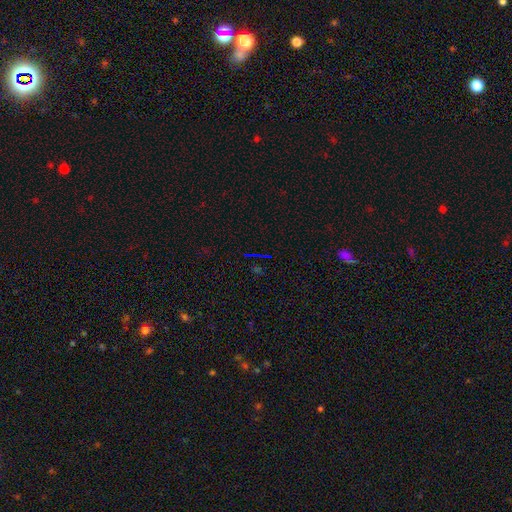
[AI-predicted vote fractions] Smooth or featured? star or artifact (73%)